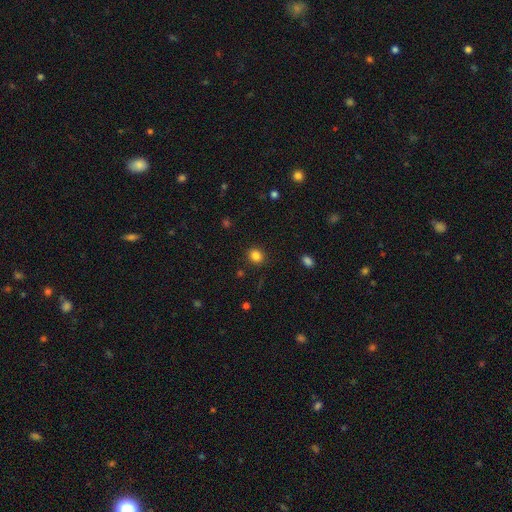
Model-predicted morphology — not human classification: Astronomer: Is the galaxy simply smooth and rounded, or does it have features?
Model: smooth — 84%.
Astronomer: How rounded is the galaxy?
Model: round — 76%.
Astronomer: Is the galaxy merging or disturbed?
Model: none — 89%.